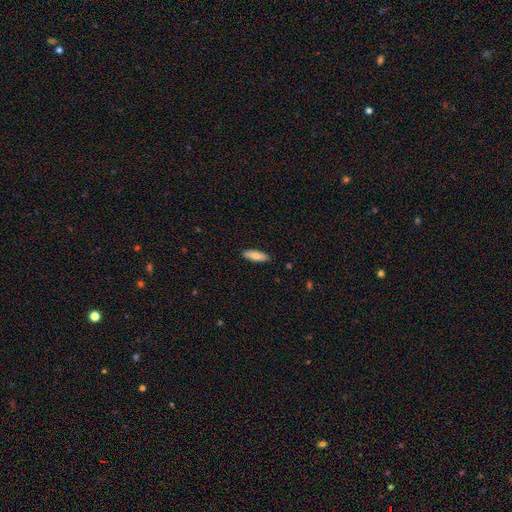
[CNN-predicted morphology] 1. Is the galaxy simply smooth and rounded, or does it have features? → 80% smooth, 14% featured or disk, 6% star or artifact.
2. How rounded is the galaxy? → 55% in between, 43% cigar-shaped, 2% round.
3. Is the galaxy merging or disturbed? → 89% none, 9% minor disturbance, 2% major disturbance, 1% merger.